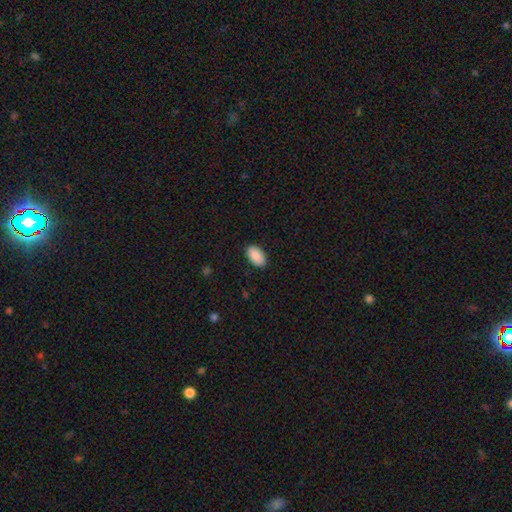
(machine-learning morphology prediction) A smooth galaxy with no disk features (91%) that is in between round and cigar-shaped (95%). Merging: none (88%).